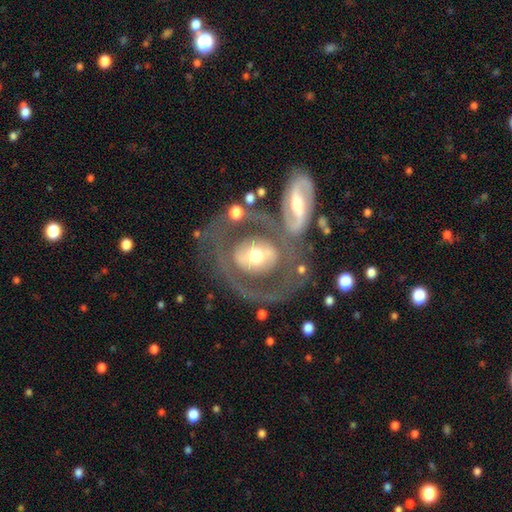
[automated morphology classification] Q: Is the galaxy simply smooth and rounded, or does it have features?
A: featured or disk — 70%.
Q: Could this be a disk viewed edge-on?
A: no — 95%.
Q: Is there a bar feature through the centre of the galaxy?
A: no — 37%.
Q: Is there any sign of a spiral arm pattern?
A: no — 52%.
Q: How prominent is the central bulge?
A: moderate — 66%.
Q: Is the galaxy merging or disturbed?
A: none — 51%.